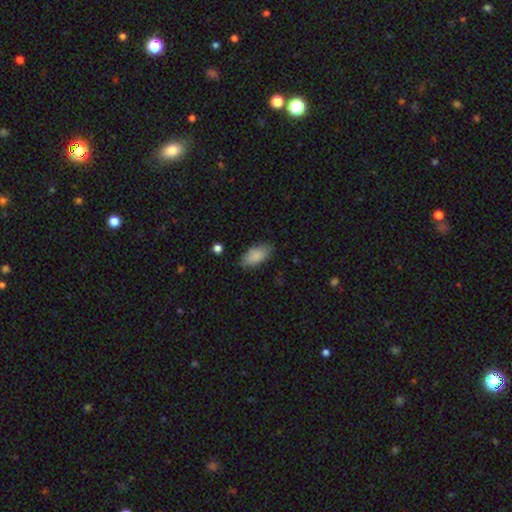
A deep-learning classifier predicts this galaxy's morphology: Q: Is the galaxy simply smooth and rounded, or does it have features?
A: smooth — 87%.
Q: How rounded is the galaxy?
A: in between — 92%.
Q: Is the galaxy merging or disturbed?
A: none — 80%.